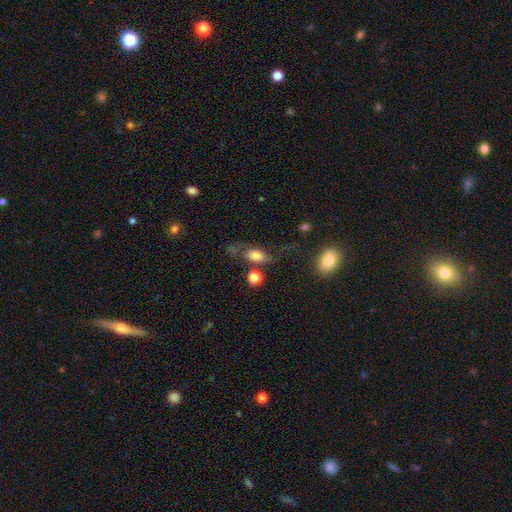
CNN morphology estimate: A smooth galaxy with no disk features (66%) that is in between round and cigar-shaped (75%).

Vote fractions:
- Smooth or featured? smooth: 66% / featured or disk: 23% / star or artifact: 10%
- How rounded? in between: 75% / round: 20% / cigar-shaped: 5%
- Merging? none: 48% / major disturbance: 21% / minor disturbance: 20% / merger: 11%